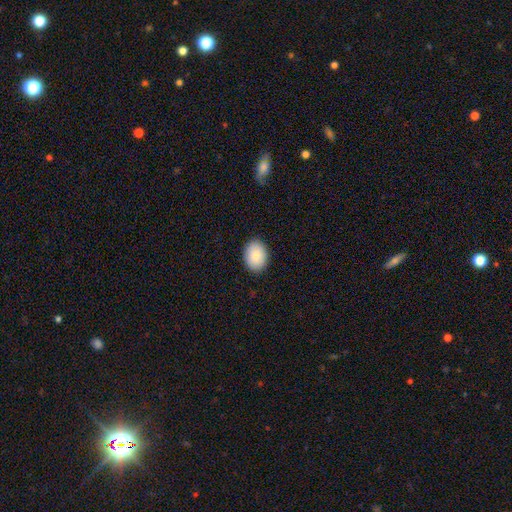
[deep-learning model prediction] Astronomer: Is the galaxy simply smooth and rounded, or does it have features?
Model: smooth — 86%.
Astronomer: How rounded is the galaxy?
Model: in between — 70%.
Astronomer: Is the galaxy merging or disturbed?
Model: none — 90%.